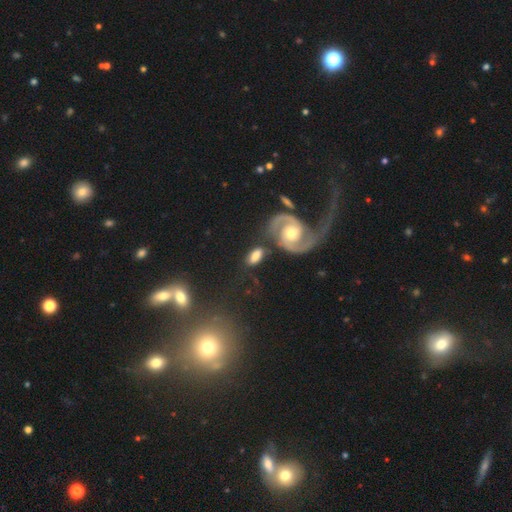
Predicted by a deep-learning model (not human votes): Morphology: type=smooth (52%); roundness=in between (88%); merging=none (58%).